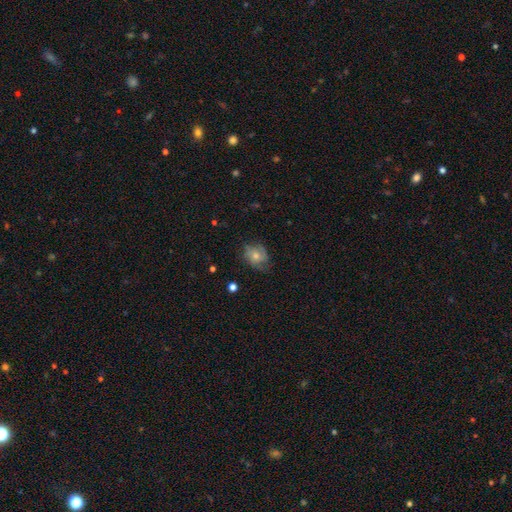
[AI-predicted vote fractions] This appears to be a featured or disk galaxy (46%). Merging: none (62%).